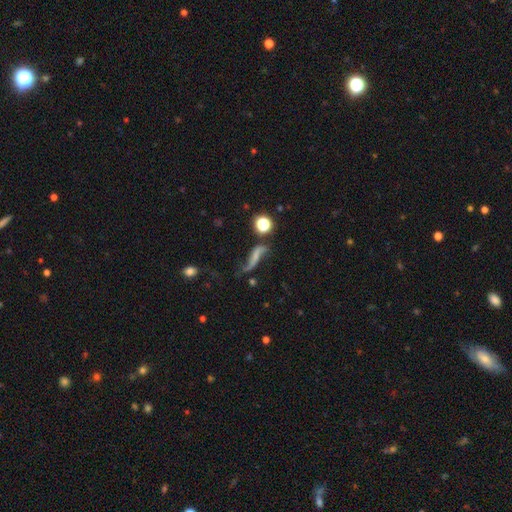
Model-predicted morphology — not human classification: type=featured or disk (58%); edge-on=no (85%); merging=none (45%).